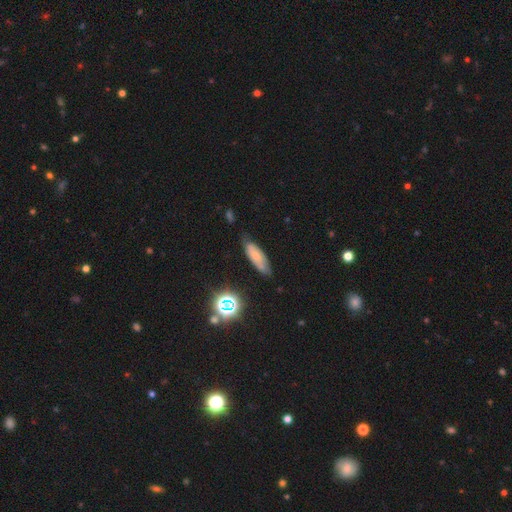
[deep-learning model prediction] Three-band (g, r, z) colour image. It shows a smooth galaxy with no disk features (56%) that is in between round and cigar-shaped (61%). Merging: none (64%).